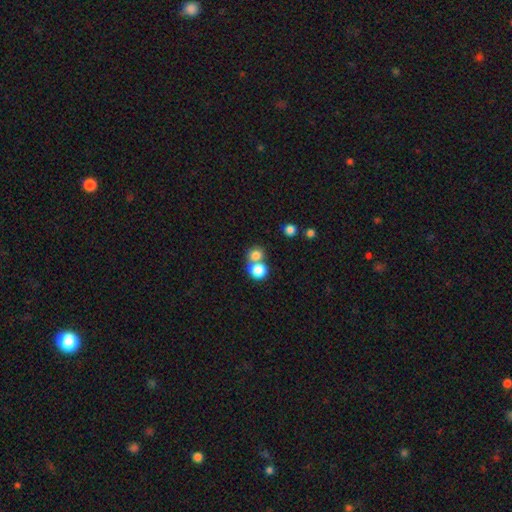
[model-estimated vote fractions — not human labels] Smooth or featured? Predicted: smooth (p=0.79). How rounded? Predicted: round (p=0.78). Merging? Predicted: merger (p=0.50).